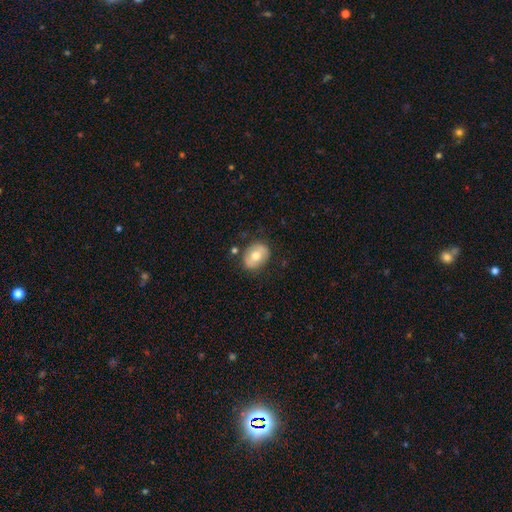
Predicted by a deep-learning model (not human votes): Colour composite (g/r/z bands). It shows a smooth galaxy with no disk features (61%) that is in between round and cigar-shaped (56%). Merging: none (79%).